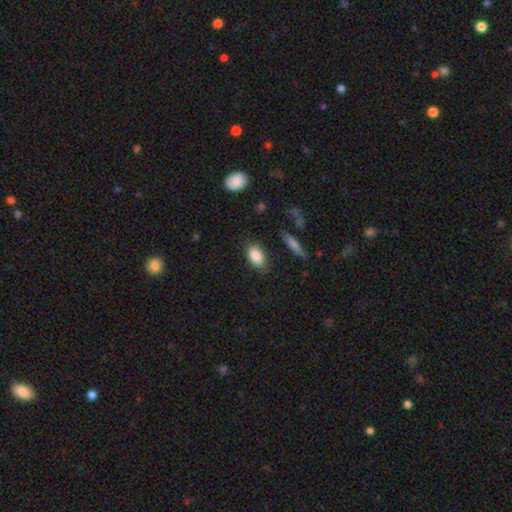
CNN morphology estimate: Smooth or featured? Predicted: smooth (p=0.86). How rounded? Predicted: in between (p=0.89). Merging? Predicted: none (p=0.81).